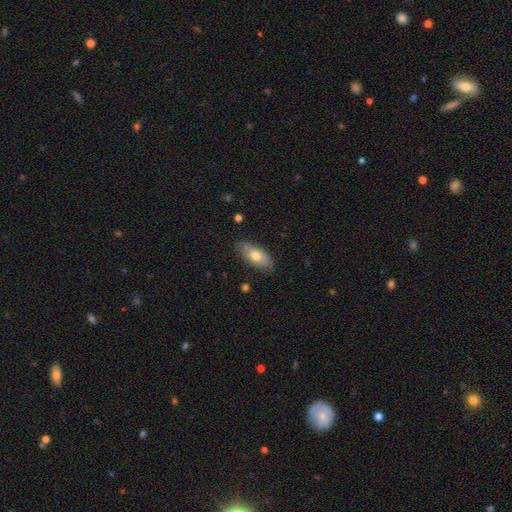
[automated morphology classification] Smooth or featured? smooth (68%)
How rounded? in between (85%)
Merging? none (80%)